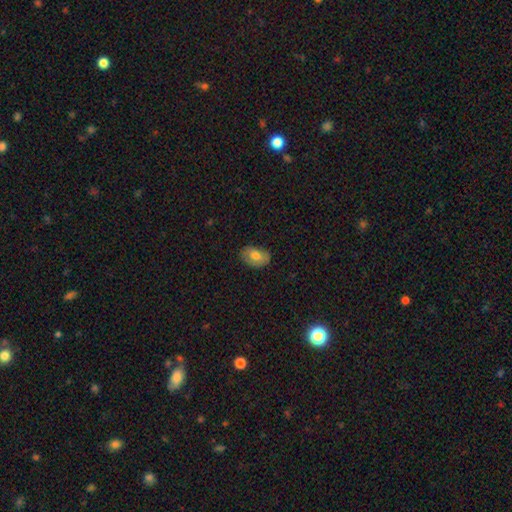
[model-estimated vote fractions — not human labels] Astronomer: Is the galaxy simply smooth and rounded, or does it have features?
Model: smooth — 73%.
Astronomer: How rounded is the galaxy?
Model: in between — 85%.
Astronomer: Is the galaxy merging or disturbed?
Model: none — 76%.